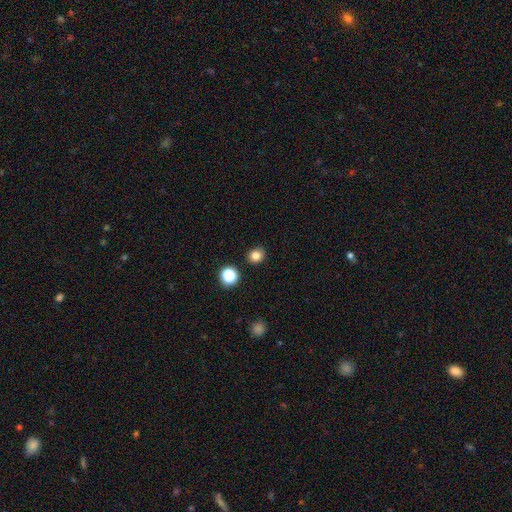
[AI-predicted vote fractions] Q: Smooth or featured?
A: smooth (81%); runner-up: star or artifact (14%)
Q: How rounded?
A: round (78%); runner-up: in between (21%)
Q: Merging?
A: none (88%); runner-up: minor disturbance (7%)